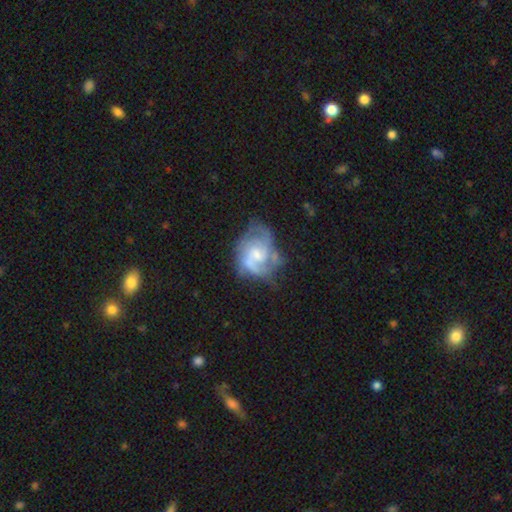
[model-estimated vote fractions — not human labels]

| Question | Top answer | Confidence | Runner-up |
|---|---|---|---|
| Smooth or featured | featured or disk | 79% | smooth (15%) |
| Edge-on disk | no | 98% | yes (2%) |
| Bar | no | 50% | weak (43%) |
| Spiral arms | yes | 90% | no (10%) |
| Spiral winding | medium | 46% | tight (37%) |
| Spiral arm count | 2 | 43% | can't tell (25%) |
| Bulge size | moderate | 42% | small (39%) |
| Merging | none | 48% | minor disturbance (26%) |